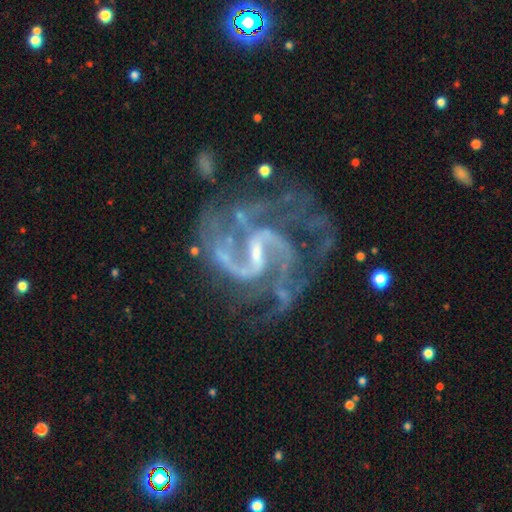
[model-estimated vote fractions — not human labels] This is clearly a featured or disk galaxy (93%). It is clearly not viewed edge-on (98%). Bar: possibly weak (51%). Spiral arm pattern: clearly yes (98%). Spiral arm count: likely 2 (65%). Spiral winding: possibly medium (59%). Central bulge: likely small (64%). Merging: possibly none (50%).